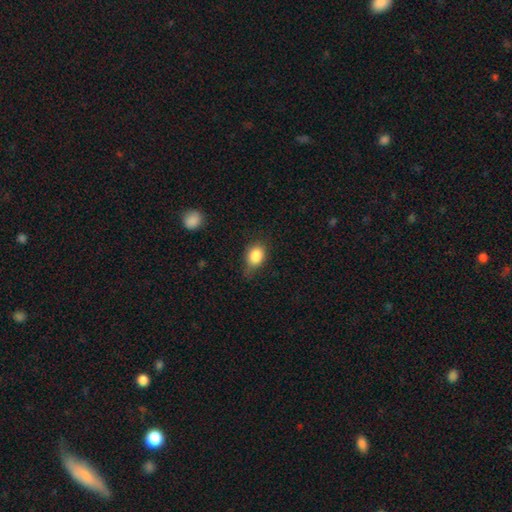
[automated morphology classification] Overall: smooth (84%). How rounded: in between (63%; round 35%). Merging: none (51%; minor disturbance 36%).